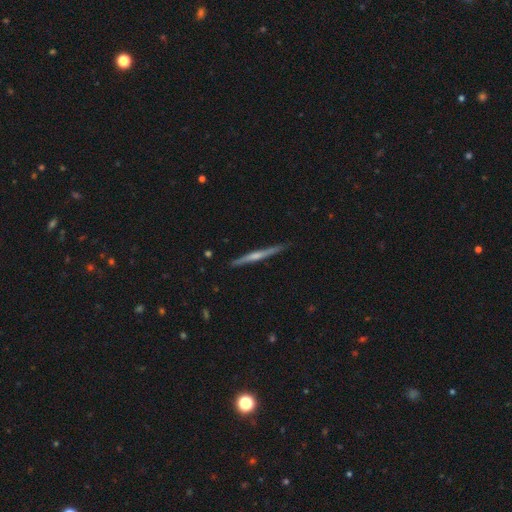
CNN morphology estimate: This appears to be a featured or disk galaxy (70%) viewed edge-on (97%) with a rounded central bulge (70%). Merging: none (89%).